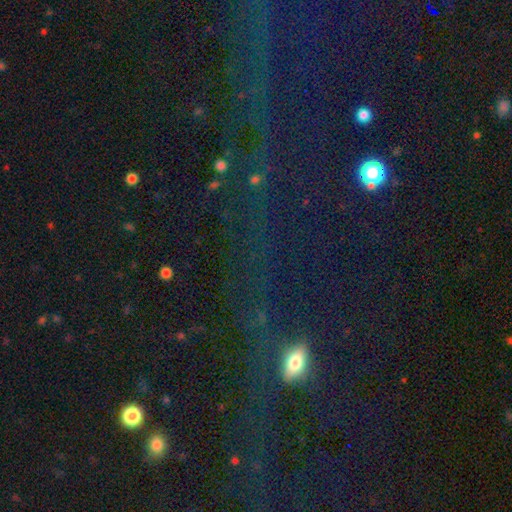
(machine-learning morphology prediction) smooth-or-featured: star or artifact: 64% | smooth: 23% | featured or disk: 13%